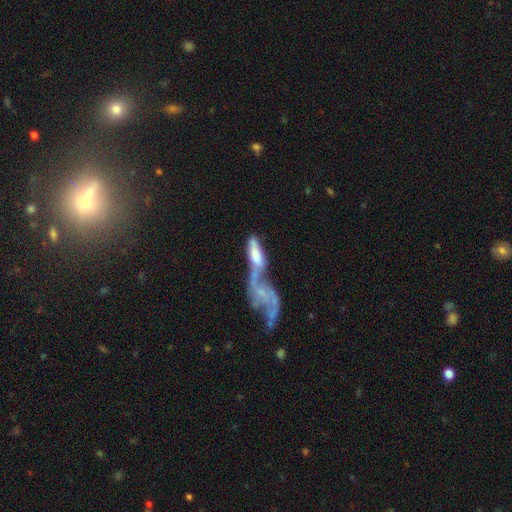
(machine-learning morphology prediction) Smooth or featured?
  - featured or disk: 59% *
  - smooth: 32%
  - star or artifact: 9%
Edge-on disk?
  - no: 79% *
  - yes: 21%
Merging?
  - merger: 72% *
  - none: 11%
  - major disturbance: 10%
  - minor disturbance: 7%